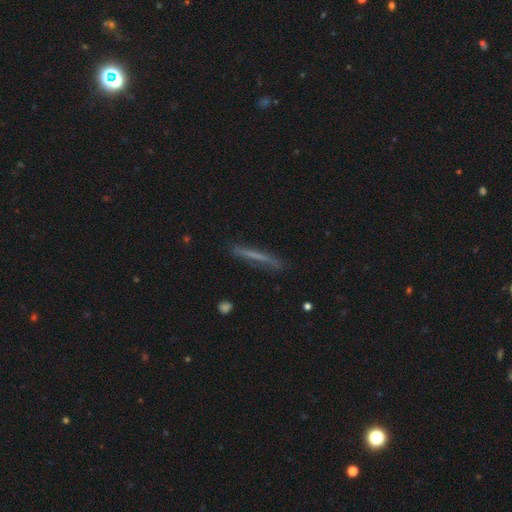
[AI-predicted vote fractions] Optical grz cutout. It shows a smooth galaxy with no disk features (52%) that is cigar-shaped (95%). Merging: none (81%).